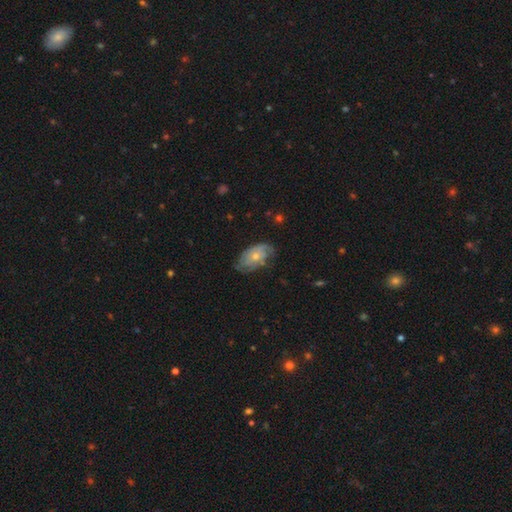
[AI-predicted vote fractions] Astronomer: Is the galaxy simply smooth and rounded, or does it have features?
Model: featured or disk — 56% (runner-up: smooth, 38%).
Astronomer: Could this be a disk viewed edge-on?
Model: no — 94%.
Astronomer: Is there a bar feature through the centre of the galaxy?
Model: no — 83%.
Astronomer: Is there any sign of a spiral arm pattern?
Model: yes — 75%.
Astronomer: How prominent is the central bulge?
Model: small — 51% (runner-up: moderate, 44%).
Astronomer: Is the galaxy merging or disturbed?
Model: none — 59%.